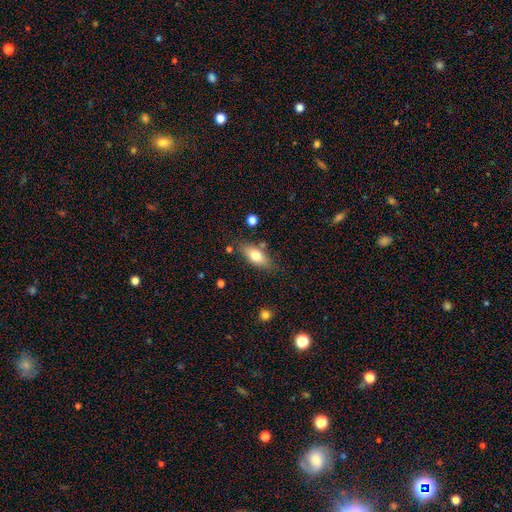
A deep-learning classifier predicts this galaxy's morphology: A smooth galaxy with no disk features (73%) that is in between round and cigar-shaped (81%).

Vote fractions:
- Smooth or featured? smooth: 73% / featured or disk: 20% / star or artifact: 7%
- How rounded? in between: 81% / cigar-shaped: 14% / round: 4%
- Merging? none: 76% / minor disturbance: 16% / merger: 5% / major disturbance: 4%